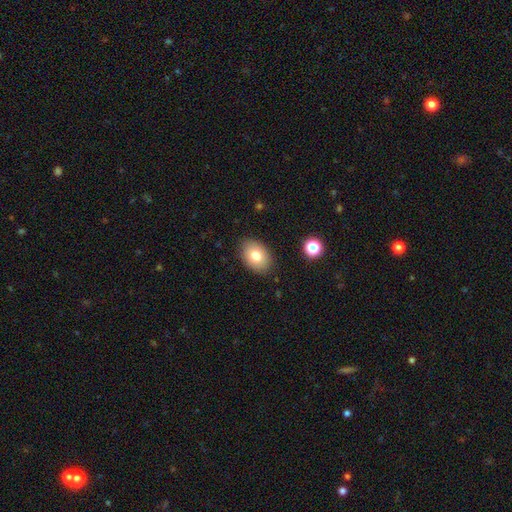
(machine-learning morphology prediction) Overall: smooth (78%). How rounded: in between (80%). Merging: none (86%).